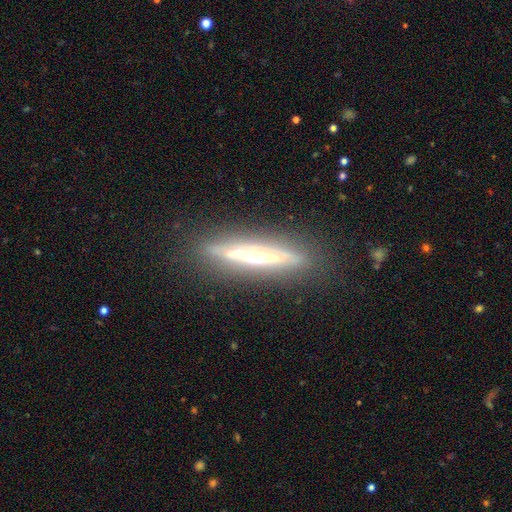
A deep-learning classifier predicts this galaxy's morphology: This is likely a featured or disk galaxy (77%). It is clearly viewed edge-on (94%). Edge-on bulge: likely rounded (71%). Merging: clearly none (86%).